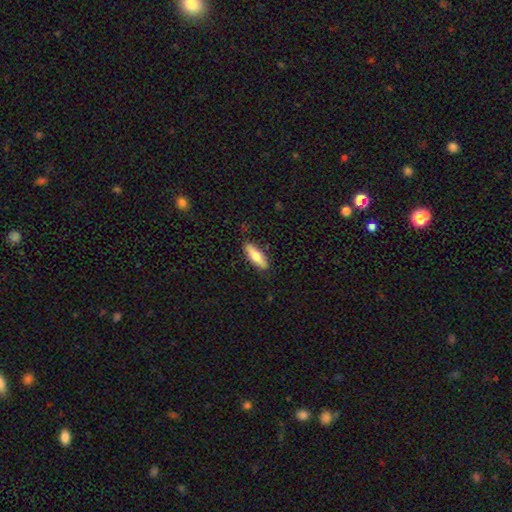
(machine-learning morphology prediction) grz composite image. It shows a smooth galaxy with no disk features (71%) that is in between round and cigar-shaped (54%). Merging: none (87%).